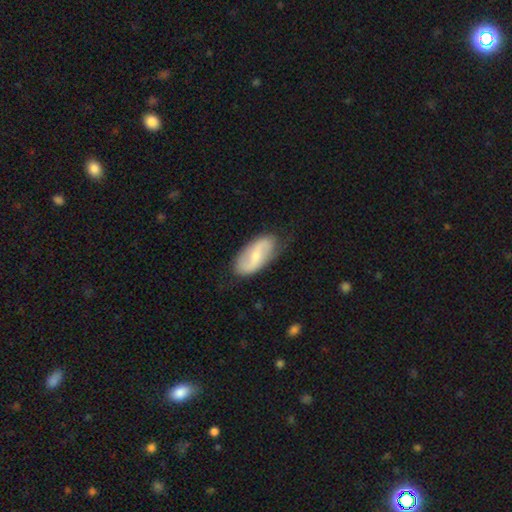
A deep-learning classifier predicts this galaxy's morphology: A featured or disk galaxy (61%) with a weak bar (45%), spiral arms (86%) and a small central bulge (58%). Merging: none (77%).